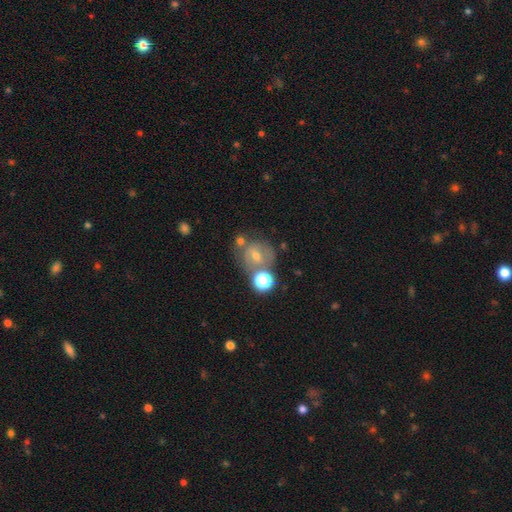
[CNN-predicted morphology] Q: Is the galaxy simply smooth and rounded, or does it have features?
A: featured or disk — 43%.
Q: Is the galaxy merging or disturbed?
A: none — 53%.